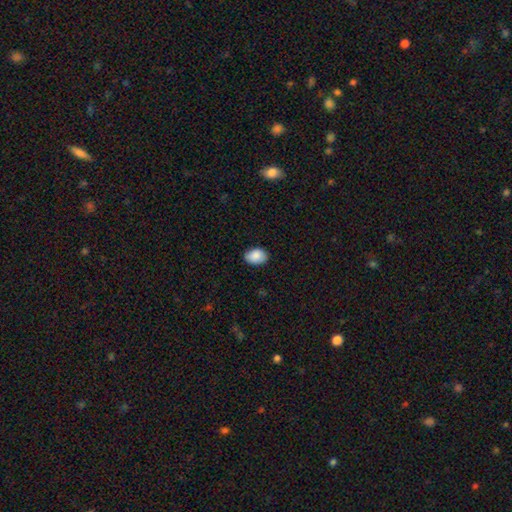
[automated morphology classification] The model was most divided on "how rounded": in between: 82%, round: 17%, cigar-shaped: 1%. More confident: smooth or featured — smooth (88%); merging — none (86%).